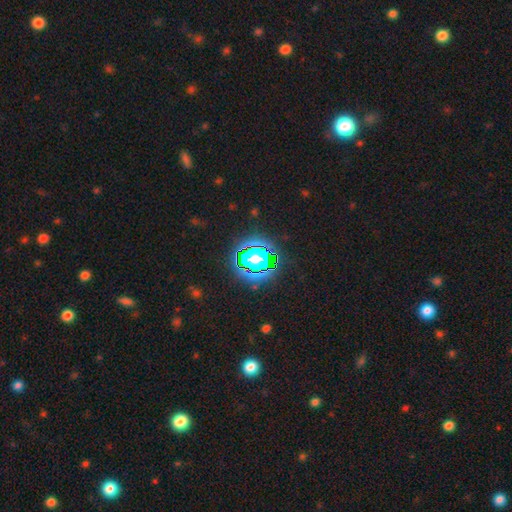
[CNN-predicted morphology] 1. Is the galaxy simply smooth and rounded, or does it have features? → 79% star or artifact, 14% smooth, 8% featured or disk.